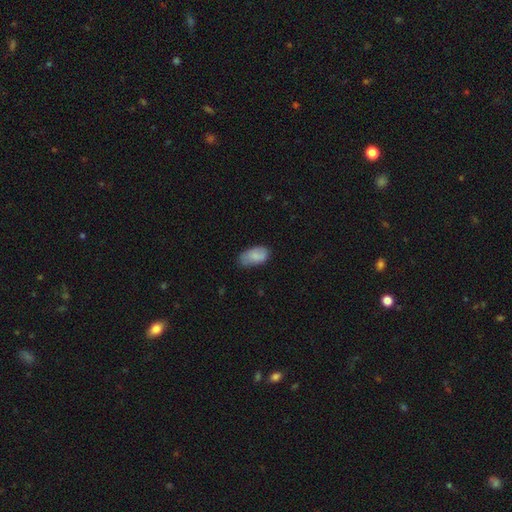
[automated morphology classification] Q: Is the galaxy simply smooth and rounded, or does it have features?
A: smooth — 82%.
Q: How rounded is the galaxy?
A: in between — 94%.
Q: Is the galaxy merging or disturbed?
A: none — 62%.